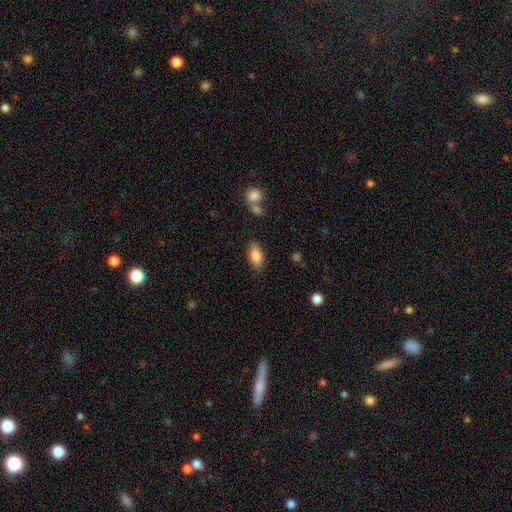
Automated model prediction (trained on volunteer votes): Smooth or featured?
  - smooth: 81% *
  - featured or disk: 12%
  - star or artifact: 7%
How rounded?
  - in between: 87% *
  - cigar-shaped: 10%
  - round: 3%
Merging?
  - none: 82% *
  - minor disturbance: 12%
  - merger: 3%
  - major disturbance: 3%